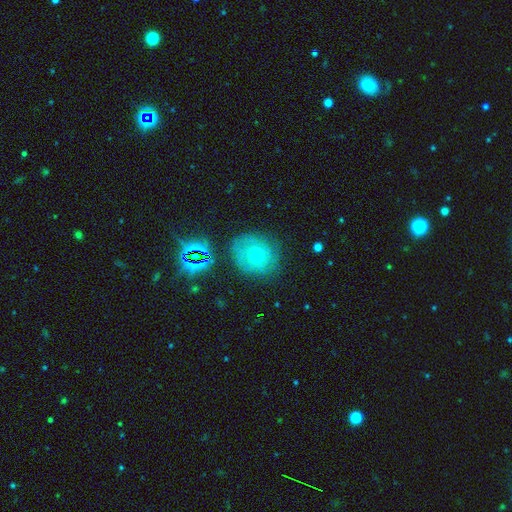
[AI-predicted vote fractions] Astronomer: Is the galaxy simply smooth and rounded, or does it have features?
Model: smooth — 45% (runner-up: featured or disk, 37%).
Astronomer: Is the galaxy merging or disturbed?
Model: none — 71%.